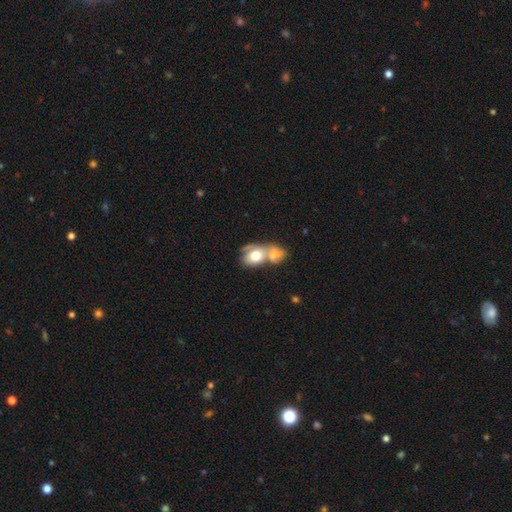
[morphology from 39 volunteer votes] Smooth or featured? 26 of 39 (67%) said smooth. How rounded? 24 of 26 (92%) said in between. Merging? 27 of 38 (71%) said merger.